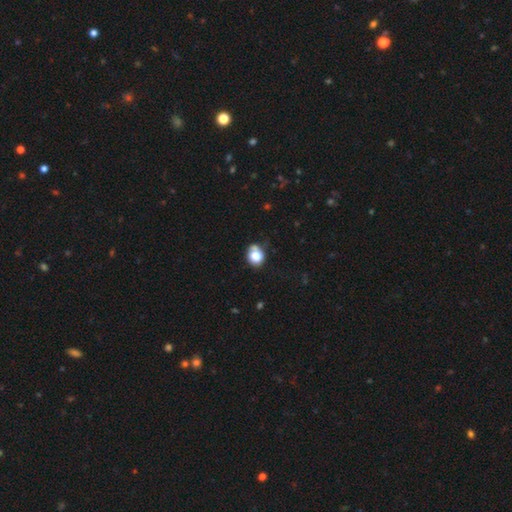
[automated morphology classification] smooth_or_featured: smooth (p=0.80) [alt: star or artifact p=0.11]
how_rounded: round (p=0.73) [alt: in between p=0.26]
merging: none (p=0.56) [alt: minor disturbance p=0.24]